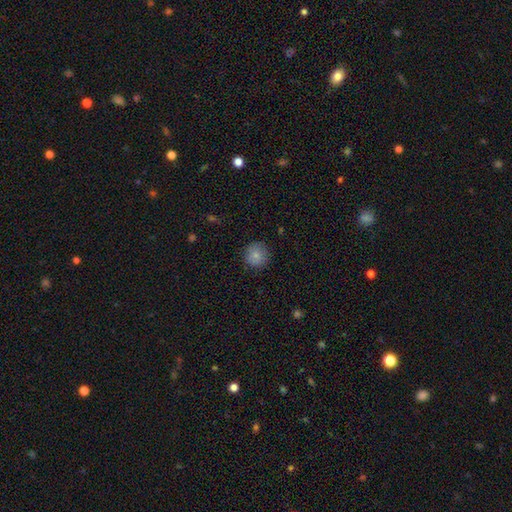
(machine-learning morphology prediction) Smooth or featured? Predicted: smooth (p=0.83). How rounded? Predicted: round (p=0.92). Merging? Predicted: none (p=0.84).